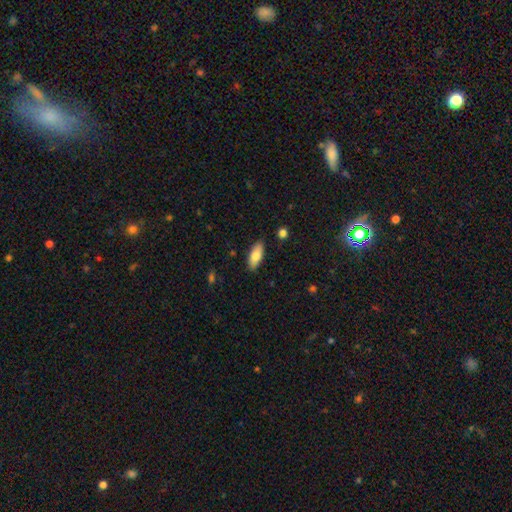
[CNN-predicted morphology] Smooth or featured: smooth — 79% (featured or disk — 14%)
How rounded: in between — 82% (cigar-shaped — 16%)
Merging: none — 86% (minor disturbance — 10%)